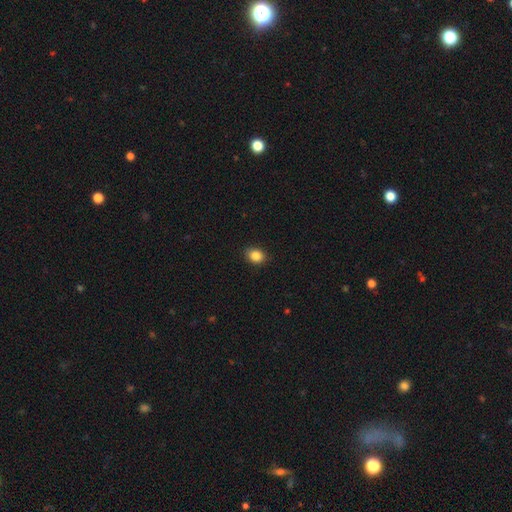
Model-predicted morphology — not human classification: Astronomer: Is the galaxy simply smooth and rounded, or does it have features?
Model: smooth — 86%.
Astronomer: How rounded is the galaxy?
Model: in between — 50% (runner-up: round, 49%).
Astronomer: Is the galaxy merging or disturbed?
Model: none — 88%.